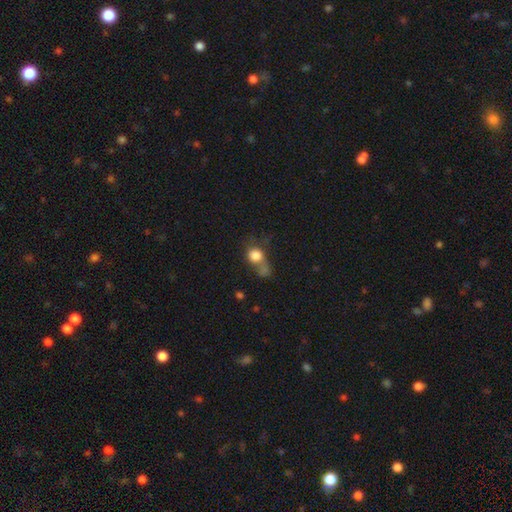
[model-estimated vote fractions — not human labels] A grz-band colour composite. It shows a smooth galaxy with no disk features (75%) that is round (65%). Merging: merger (30%).